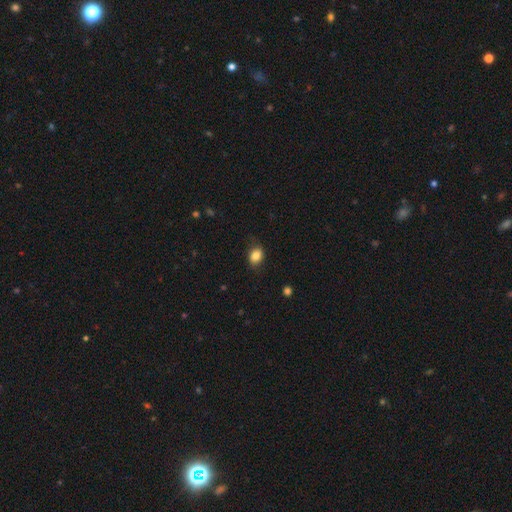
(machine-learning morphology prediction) Smooth or featured: smooth — 84% (star or artifact — 9%)
How rounded: in between — 60% (round — 39%)
Merging: none — 74% (minor disturbance — 20%)